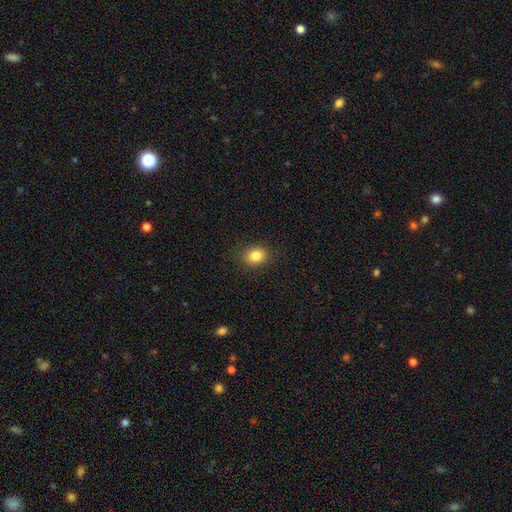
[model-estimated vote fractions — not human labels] The model was most divided on "how rounded": in between: 52%, round: 47%, cigar-shaped: 1%. More confident: merging — none (87%); smooth or featured — smooth (83%).